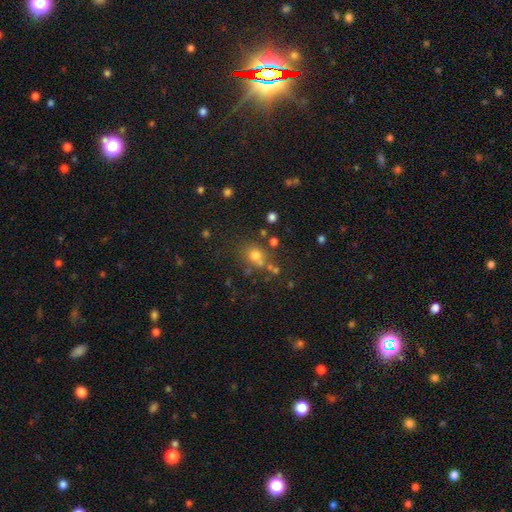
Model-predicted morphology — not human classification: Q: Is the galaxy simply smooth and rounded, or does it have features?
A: smooth — 69%.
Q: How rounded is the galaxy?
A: round — 78%.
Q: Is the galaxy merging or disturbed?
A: none — 62%.